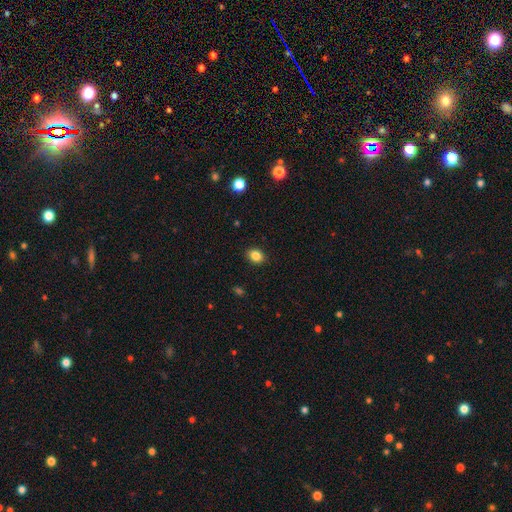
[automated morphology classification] This appears to be a smooth galaxy with no disk features (85%) that is in between round and cigar-shaped (57%). Merging: none (89%).